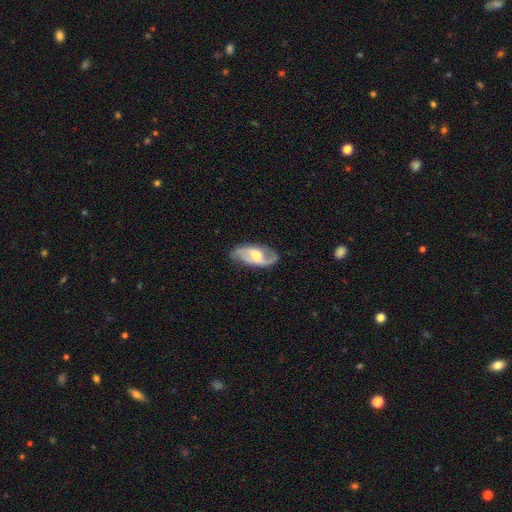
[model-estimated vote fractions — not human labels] Morphology: type=featured or disk (82%); edge-on=no (94%); bar=weak (46%); spiral arms=yes (94%); winding=medium (46%); arm count=2 (89%); bulge=moderate (63%); merging=none (79%).